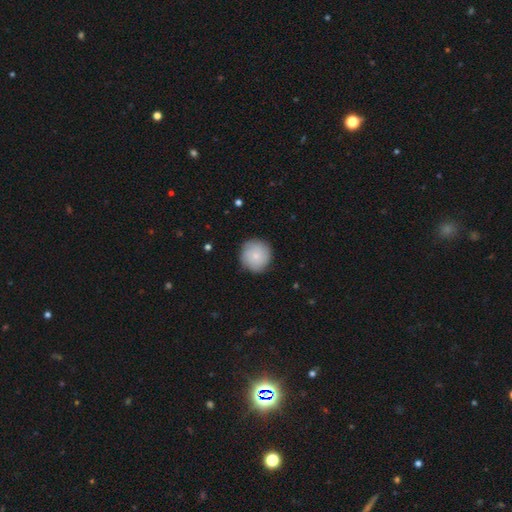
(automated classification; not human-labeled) Smooth or featured? smooth (76%)
How rounded? round (94%)
Merging? none (85%)